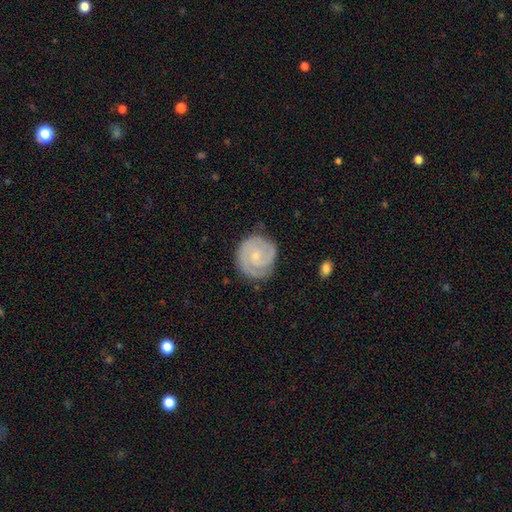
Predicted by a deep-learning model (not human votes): This is clearly a featured or disk galaxy (81%). It is clearly not viewed edge-on (98%). Bar: likely no (69%). Spiral arm pattern: clearly yes (96%). Spiral arm count: possibly 2 (57%). Spiral winding: likely tight (70%). Central bulge: likely small (71%). Merging: likely none (79%).